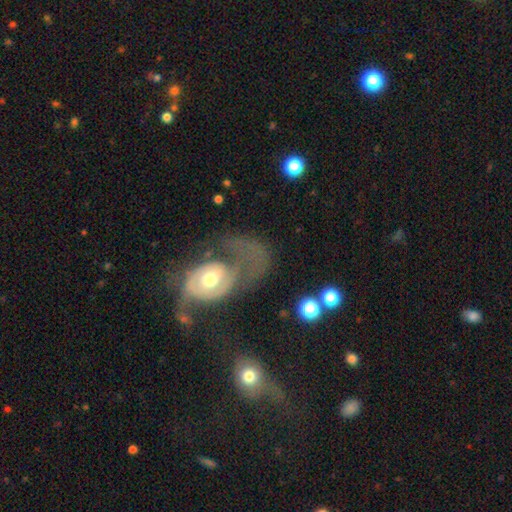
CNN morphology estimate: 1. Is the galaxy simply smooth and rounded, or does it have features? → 67% featured or disk, 25% smooth, 8% star or artifact.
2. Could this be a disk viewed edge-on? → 96% no, 4% yes.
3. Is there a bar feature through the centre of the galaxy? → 75% no, 19% weak, 6% strong.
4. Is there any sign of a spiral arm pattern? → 68% yes, 32% no.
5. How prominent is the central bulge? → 70% moderate, 19% small, 9% large, 2% dominant, 2% none.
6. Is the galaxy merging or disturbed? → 57% major disturbance, 22% none, 13% minor disturbance, 8% merger.